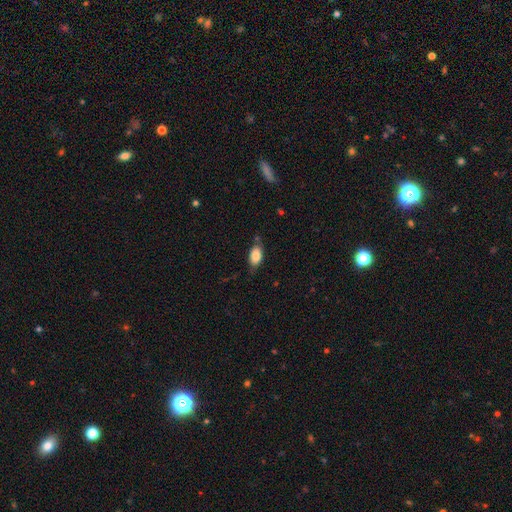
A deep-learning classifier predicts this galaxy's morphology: smooth 83%, featured or disk 10%, star or artifact 7%. Down the decision tree: how rounded — in between (91%); merging — none (68%).